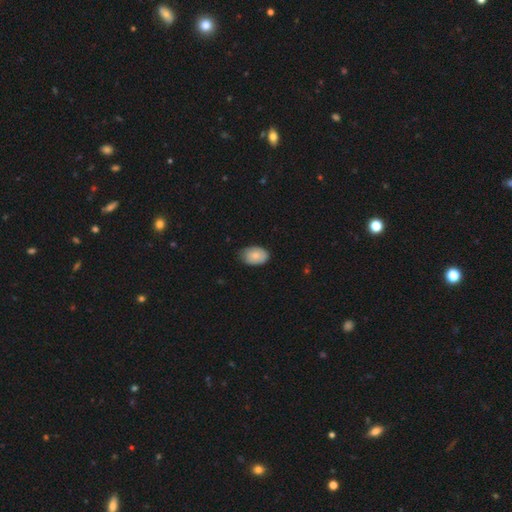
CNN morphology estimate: A smooth galaxy with no disk features (78%) that is in between round and cigar-shaped (84%). Merging: none (69%).